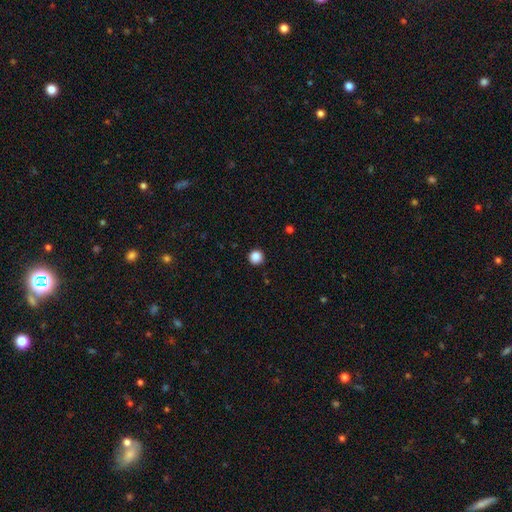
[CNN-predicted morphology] Overall: smooth (87%). How rounded: round (96%). Merging: none (93%).